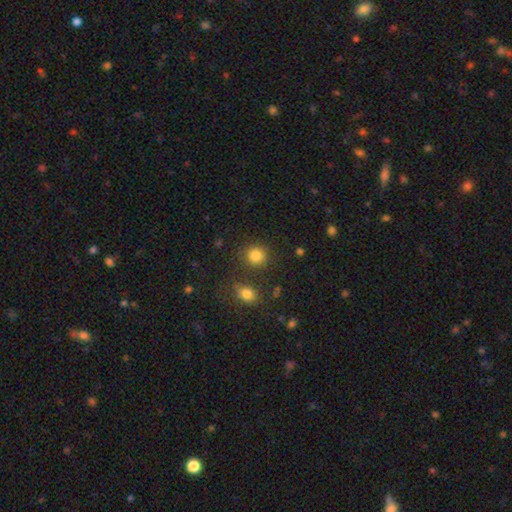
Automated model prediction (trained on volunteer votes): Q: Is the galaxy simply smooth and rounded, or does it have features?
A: smooth — 84%.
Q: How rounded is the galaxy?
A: round — 88%.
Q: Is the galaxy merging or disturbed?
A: none — 82%.